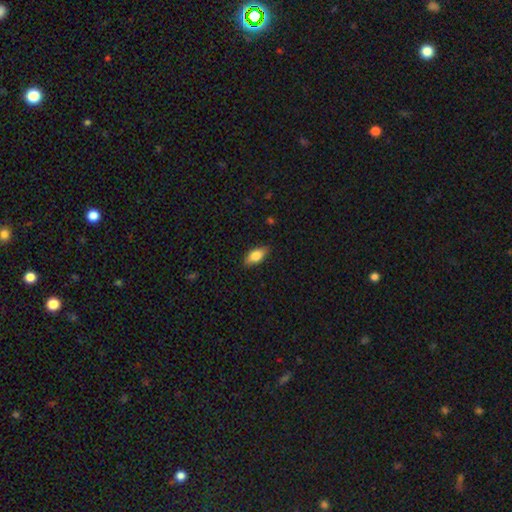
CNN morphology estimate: smooth-or-featured: smooth: 76% | featured or disk: 17% | star or artifact: 7%
  how-rounded: in between: 85% | cigar-shaped: 11% | round: 4%
  merging: none: 86% | minor disturbance: 11% | major disturbance: 2% | merger: 1%